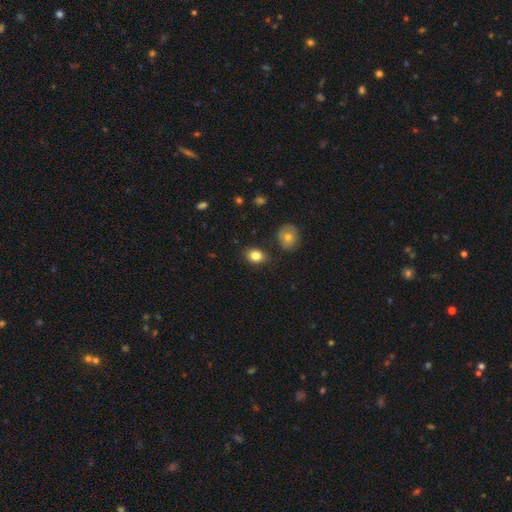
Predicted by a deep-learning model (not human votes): Smooth or featured? smooth (82%)
How rounded? in between (61%)
Merging? none (83%)